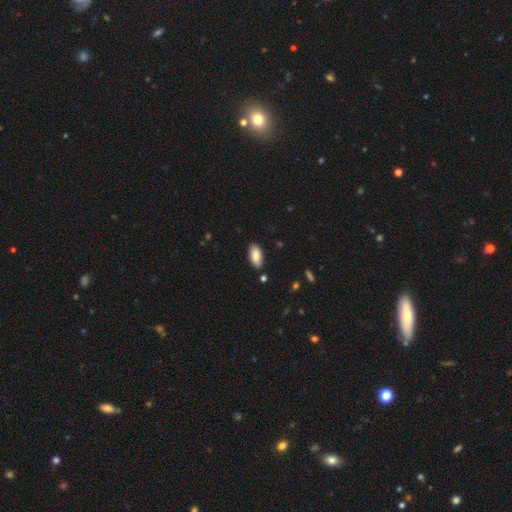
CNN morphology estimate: smooth 85%, featured or disk 8%, star or artifact 7%. Down the decision tree: how rounded — in between (93%); merging — none (86%).